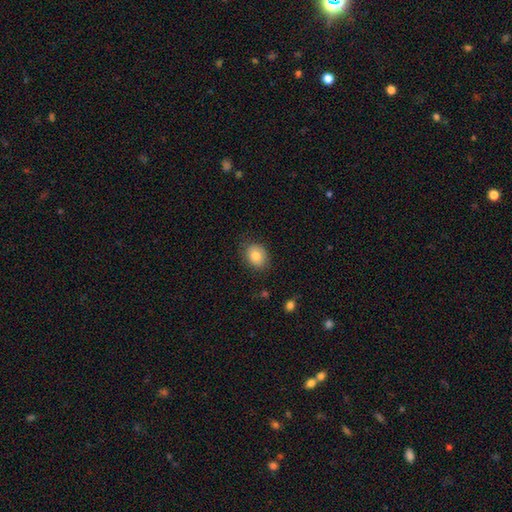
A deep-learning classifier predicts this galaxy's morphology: smooth-or-featured: smooth: 82% | featured or disk: 10% | star or artifact: 9%
  how-rounded: in between: 50% | round: 49% | cigar-shaped: 1%
  merging: none: 80% | minor disturbance: 15% | major disturbance: 4% | merger: 1%